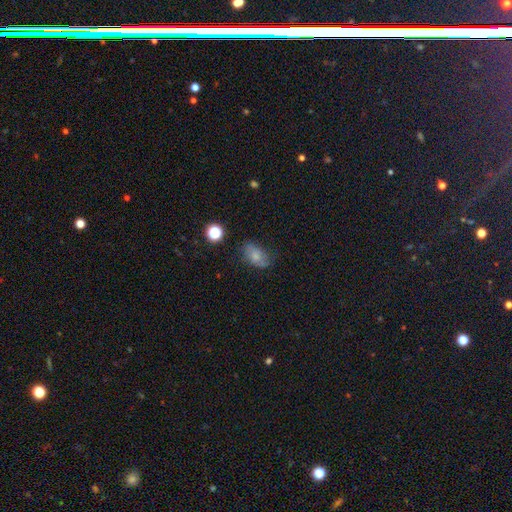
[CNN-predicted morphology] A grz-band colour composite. It shows a smooth galaxy with no disk features (69%) that is in between round and cigar-shaped (84%). Merging: none (59%).